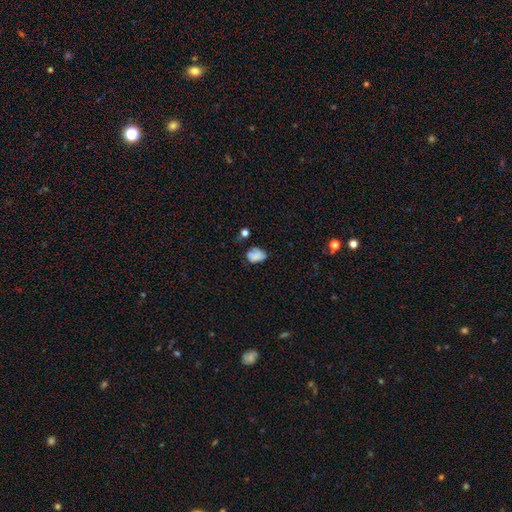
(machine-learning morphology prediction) A smooth galaxy with no disk features (77%) that is in between round and cigar-shaped (75%). Merging: none (48%).